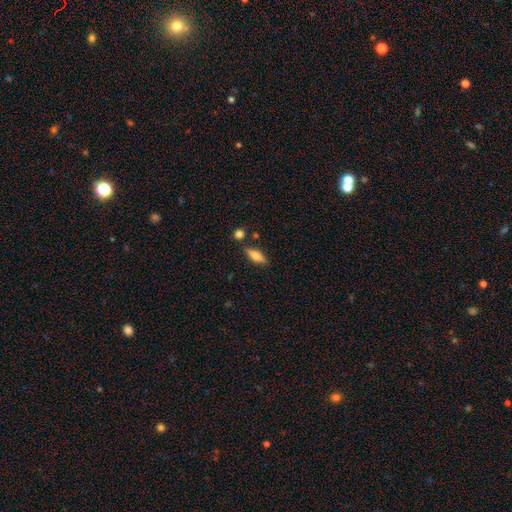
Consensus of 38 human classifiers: Smooth or featured? smooth (50%)
How rounded? in between (53%)
Merging? none (81%)